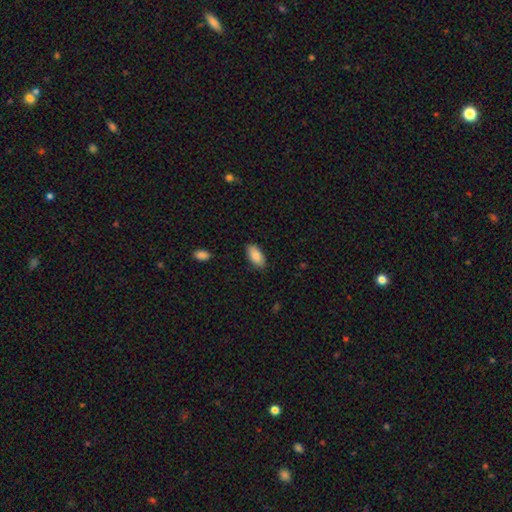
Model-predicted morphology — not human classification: The model was most divided on "merging": none: 86%, minor disturbance: 11%, major disturbance: 2%, merger: 1%. More confident: how rounded — in between (91%); smooth or featured — smooth (85%).